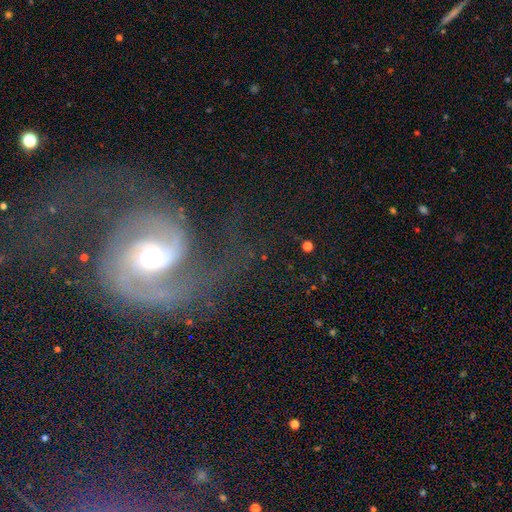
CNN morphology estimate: Smooth or featured? Predicted: featured or disk (p=0.87). Edge-on disk? Predicted: no (p=0.98). Bar? Predicted: no (p=0.40). Spiral arms? Predicted: yes (p=0.96). Spiral winding? Predicted: medium (p=0.53). Spiral arm count? Predicted: 2 (p=0.90). Bulge size? Predicted: moderate (p=0.64). Merging? Predicted: none (p=0.60).